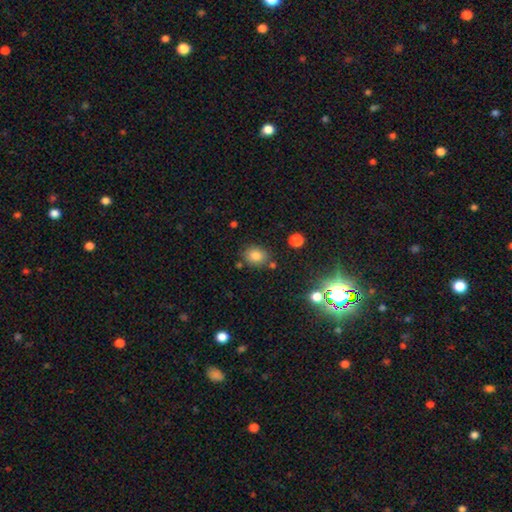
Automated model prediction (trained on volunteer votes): Morphology: type=smooth (81%); roundness=round (62%); merging=none (78%).